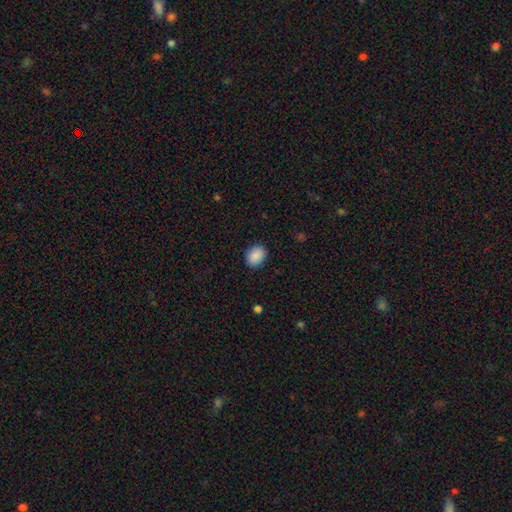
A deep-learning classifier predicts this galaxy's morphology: Q: Smooth or featured?
A: smooth (89%); runner-up: star or artifact (7%)
Q: How rounded?
A: in between (57%); runner-up: round (42%)
Q: Merging?
A: none (88%); runner-up: minor disturbance (9%)